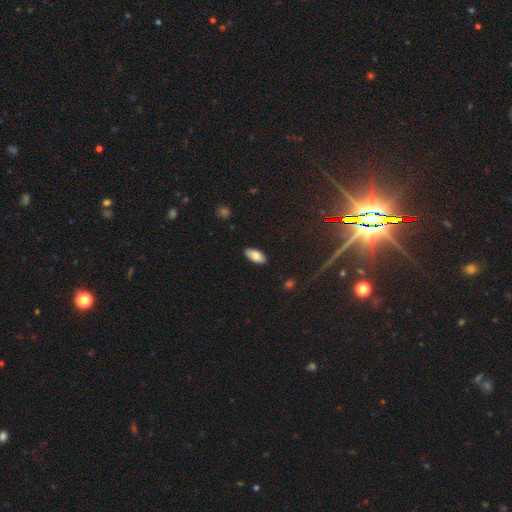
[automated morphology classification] Smooth or featured: smooth — 81% (featured or disk — 12%)
How rounded: in between — 92% (cigar-shaped — 6%)
Merging: none — 86% (minor disturbance — 11%)